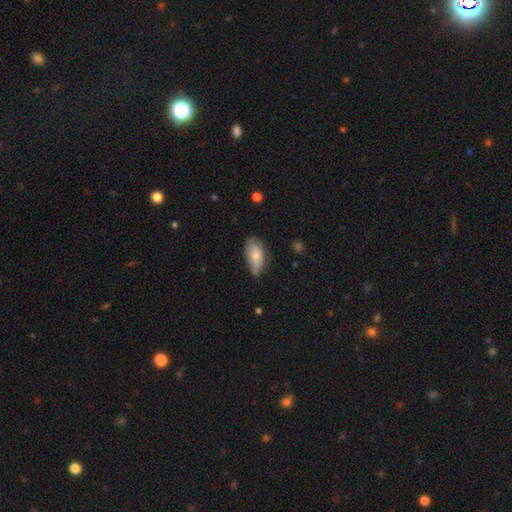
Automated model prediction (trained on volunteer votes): This is likely a smooth galaxy (74%). How rounded: clearly in between (91%). Merging: possibly none (55%).